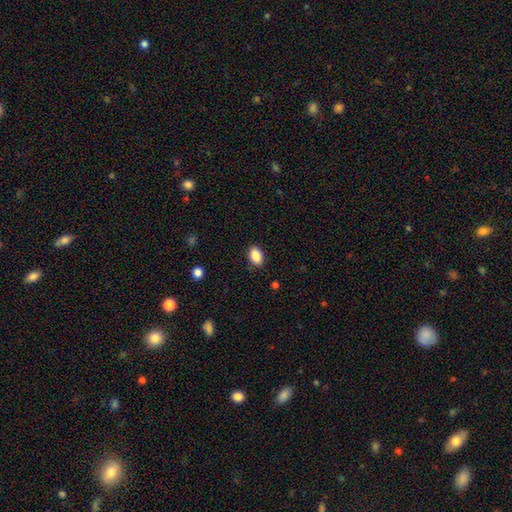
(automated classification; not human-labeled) The model was most divided on "how rounded": in between: 88%, round: 11%, cigar-shaped: 1%. More confident: smooth or featured — smooth (88%); merging — none (88%).